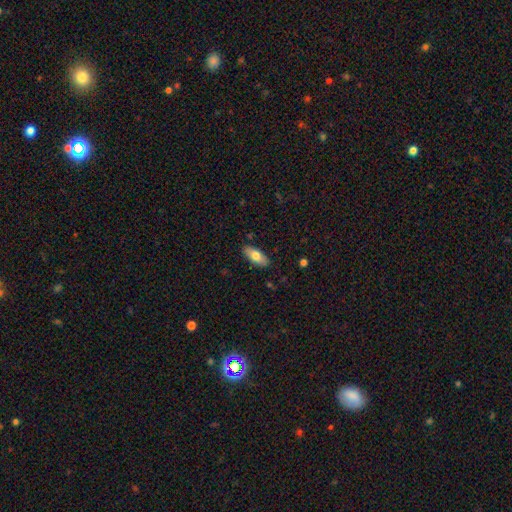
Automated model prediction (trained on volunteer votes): A smooth galaxy with no disk features (75%) that is in between round and cigar-shaped (82%). Merging: none (87%).